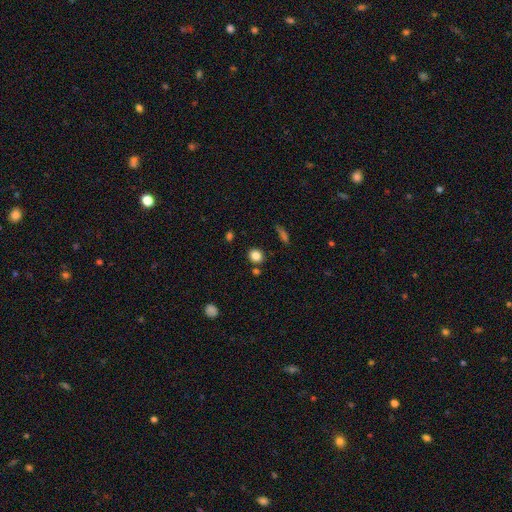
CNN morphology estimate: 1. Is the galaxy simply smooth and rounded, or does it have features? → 83% smooth, 11% star or artifact, 6% featured or disk.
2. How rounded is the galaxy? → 78% round, 21% in between, 1% cigar-shaped.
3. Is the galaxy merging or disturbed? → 82% none, 9% minor disturbance, 6% merger, 3% major disturbance.